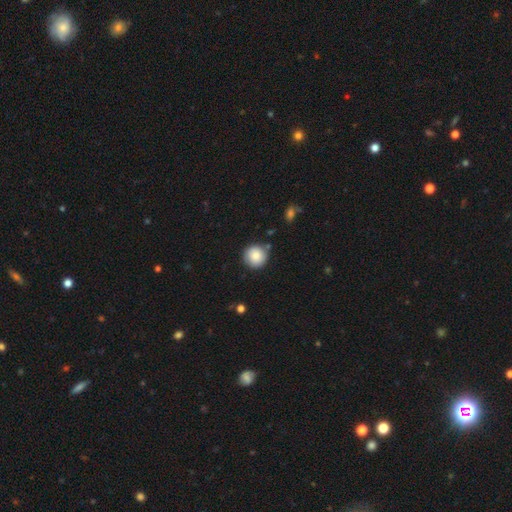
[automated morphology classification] type=smooth (85%); roundness=round (94%); merging=none (84%).